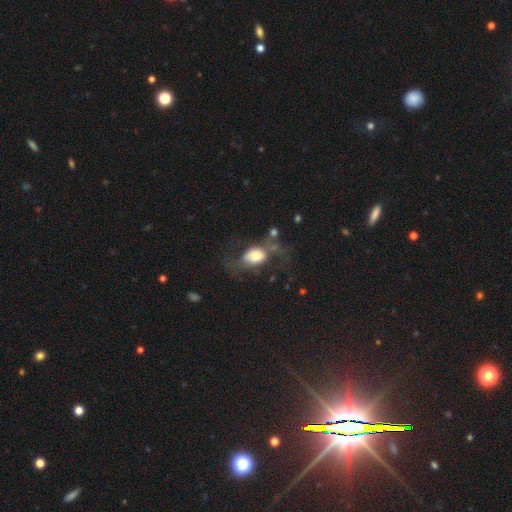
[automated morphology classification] smooth_or_featured: smooth (p=0.61) [alt: featured or disk p=0.31]
how_rounded: in between (p=0.72) [alt: round p=0.26]
merging: major disturbance (p=0.38) [alt: none p=0.33]